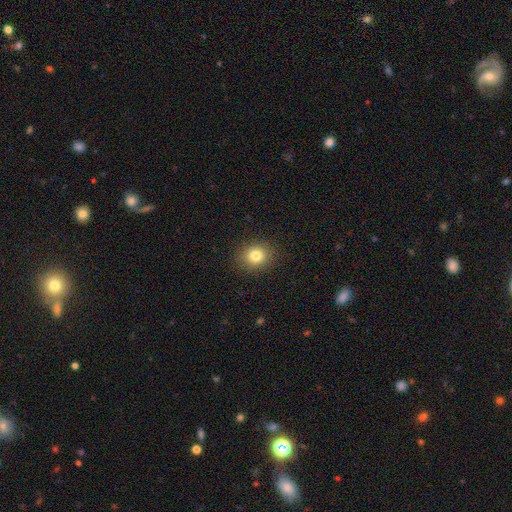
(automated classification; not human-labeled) smooth-or-featured: smooth: 81% | star or artifact: 12% | featured or disk: 7%
  how-rounded: round: 71% | in between: 28% | cigar-shaped: 1%
  merging: none: 89% | minor disturbance: 8% | major disturbance: 3% | merger: 1%